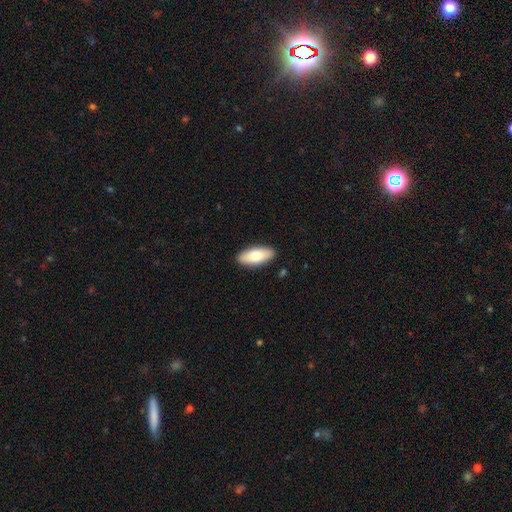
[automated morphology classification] A smooth galaxy with no disk features (78%) that is in between round and cigar-shaped (81%). Merging: none (89%).